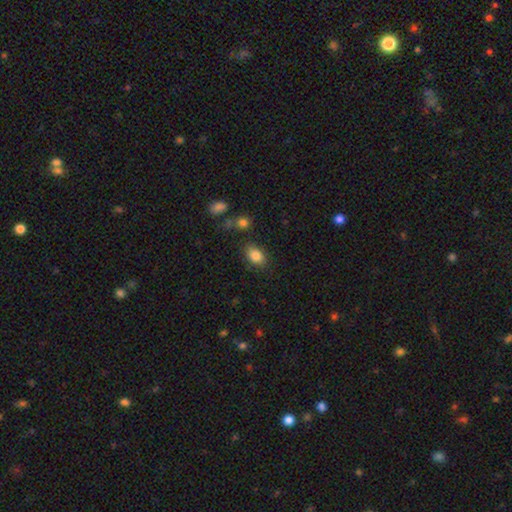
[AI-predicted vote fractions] smooth_or_featured: smooth (p=0.85) [alt: star or artifact p=0.09]
how_rounded: in between (p=0.80) [alt: round p=0.18]
merging: none (p=0.79) [alt: minor disturbance p=0.13]